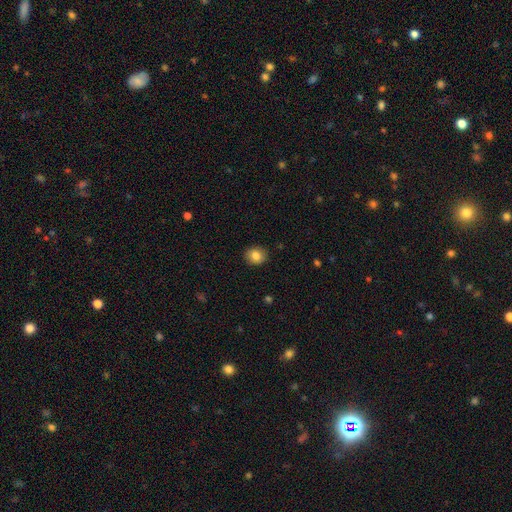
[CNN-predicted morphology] A smooth galaxy with no disk features (83%) that is round (69%).

Vote fractions:
- Smooth or featured? smooth: 83% / star or artifact: 9% / featured or disk: 8%
- How rounded? round: 69% / in between: 30% / cigar-shaped: 1%
- Merging? none: 90% / minor disturbance: 8% / major disturbance: 2% / merger: 1%